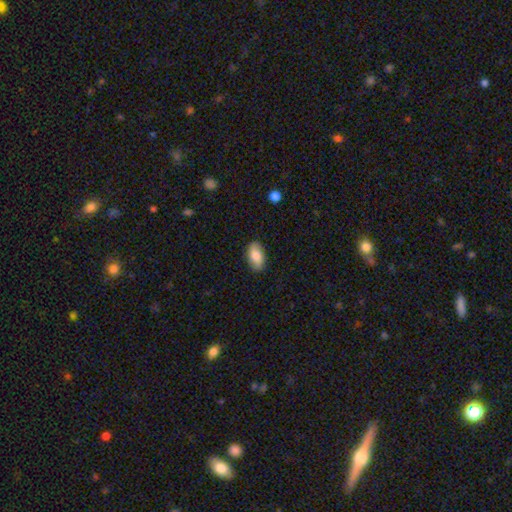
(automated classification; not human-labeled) Smooth or featured?
  - smooth: 78% *
  - featured or disk: 16%
  - star or artifact: 7%
How rounded?
  - in between: 93% *
  - round: 4%
  - cigar-shaped: 3%
Merging?
  - none: 84% *
  - minor disturbance: 12%
  - major disturbance: 3%
  - merger: 1%